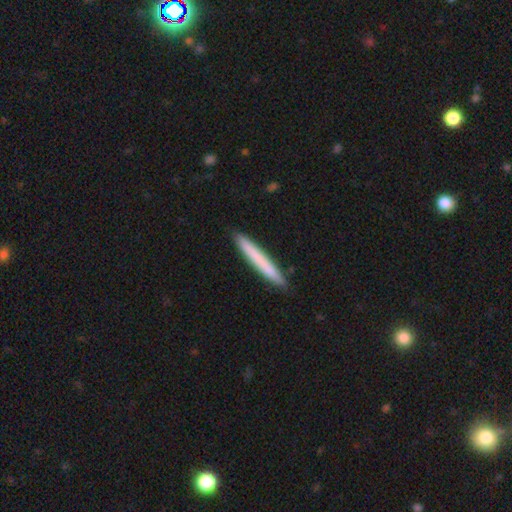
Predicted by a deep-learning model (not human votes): smooth 73%, featured or disk 22%, star or artifact 5%. Down the decision tree: how rounded — cigar-shaped (97%); merging — none (91%).